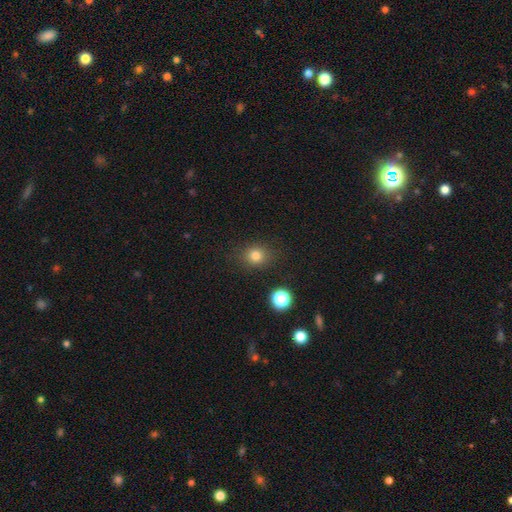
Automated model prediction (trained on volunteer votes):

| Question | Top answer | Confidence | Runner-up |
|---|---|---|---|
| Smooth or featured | smooth | 79% | star or artifact (15%) |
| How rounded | round | 78% | in between (21%) |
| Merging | none | 86% | minor disturbance (9%) |